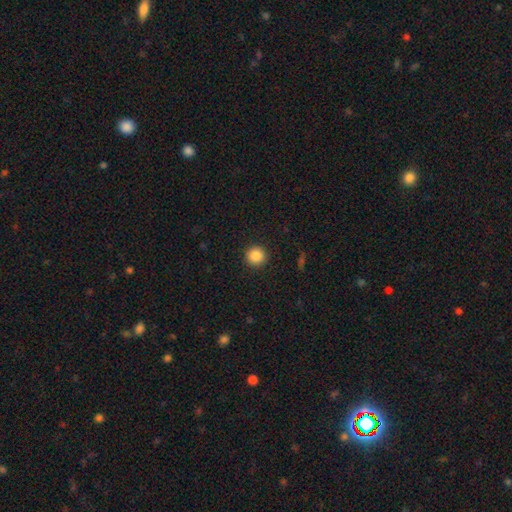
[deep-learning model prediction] Overall: smooth (87%). How rounded: round (95%). Merging: none (92%).